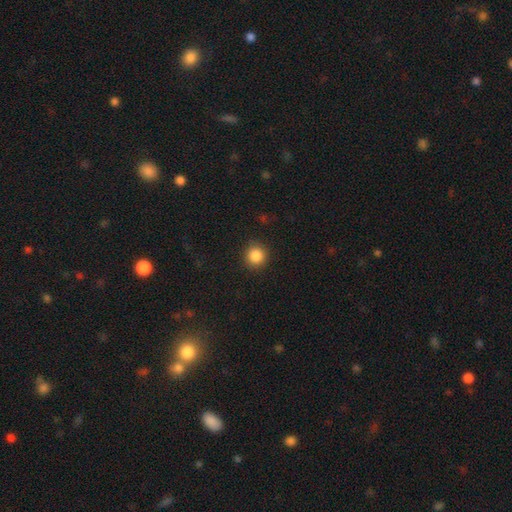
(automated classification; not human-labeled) Q: Smooth or featured?
A: smooth (87%); runner-up: star or artifact (10%)
Q: How rounded?
A: round (93%); runner-up: in between (6%)
Q: Merging?
A: none (90%); runner-up: minor disturbance (6%)